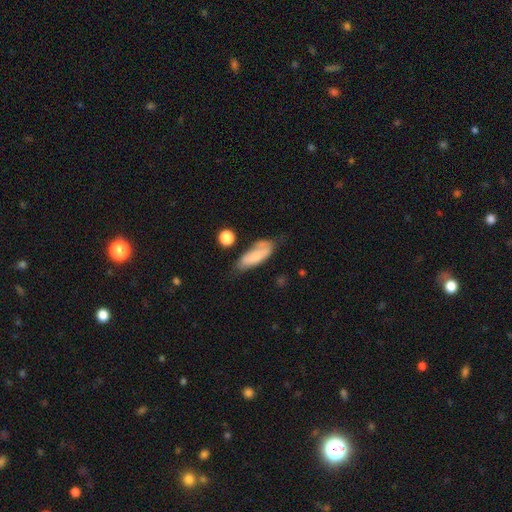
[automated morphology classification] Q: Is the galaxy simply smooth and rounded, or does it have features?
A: smooth — 72%.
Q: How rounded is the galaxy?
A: in between — 72%.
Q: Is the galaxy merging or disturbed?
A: none — 51%.